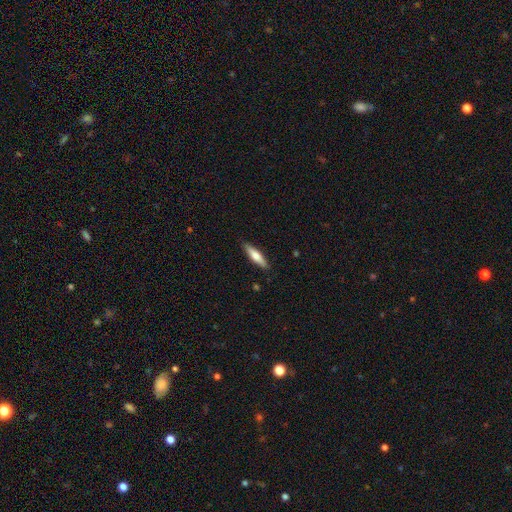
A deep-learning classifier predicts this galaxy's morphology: A smooth galaxy with no disk features (61%) that is cigar-shaped (74%). Merging: none (88%).